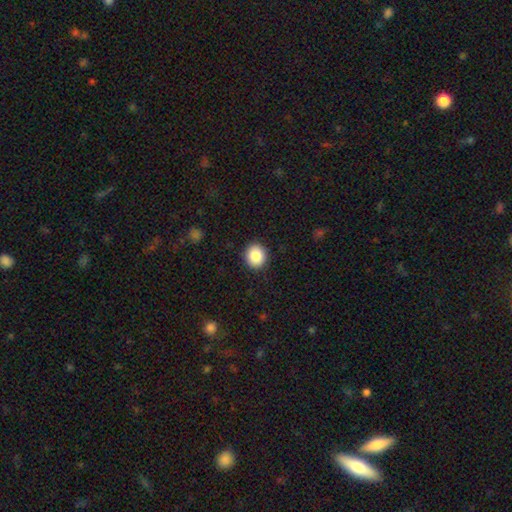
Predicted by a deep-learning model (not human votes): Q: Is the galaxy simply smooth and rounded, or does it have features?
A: smooth — 86%.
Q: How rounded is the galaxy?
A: round — 81%.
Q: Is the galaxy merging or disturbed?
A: none — 91%.